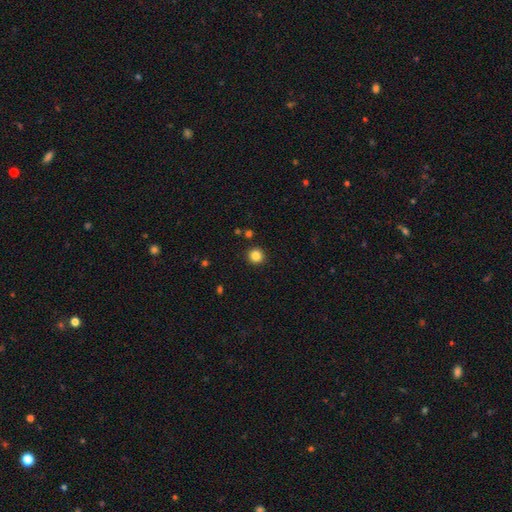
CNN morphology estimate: The model was most divided on "smooth or featured": smooth: 84%, star or artifact: 12%, featured or disk: 4%. More confident: how rounded — round (94%); merging — none (92%).